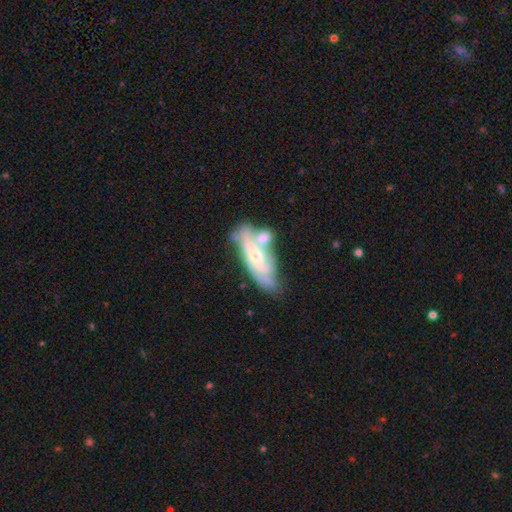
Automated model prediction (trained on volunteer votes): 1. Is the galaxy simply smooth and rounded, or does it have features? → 70% featured or disk, 24% smooth, 6% star or artifact.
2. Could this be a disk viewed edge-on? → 80% no, 20% yes.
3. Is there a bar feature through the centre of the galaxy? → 55% no, 31% weak, 13% strong.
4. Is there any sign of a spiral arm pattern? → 76% yes, 24% no.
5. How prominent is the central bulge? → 55% small, 40% moderate, 2% large, 2% none, 1% dominant.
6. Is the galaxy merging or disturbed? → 39% none, 35% merger, 18% minor disturbance, 8% major disturbance.